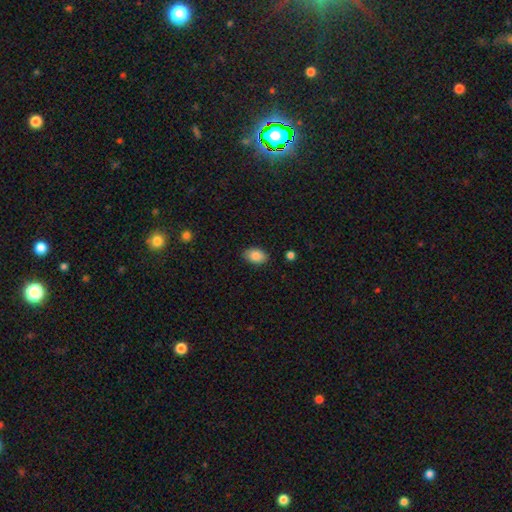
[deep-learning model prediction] This appears to be a smooth galaxy with no disk features (87%) that is in between round and cigar-shaped (87%). Merging: none (85%).